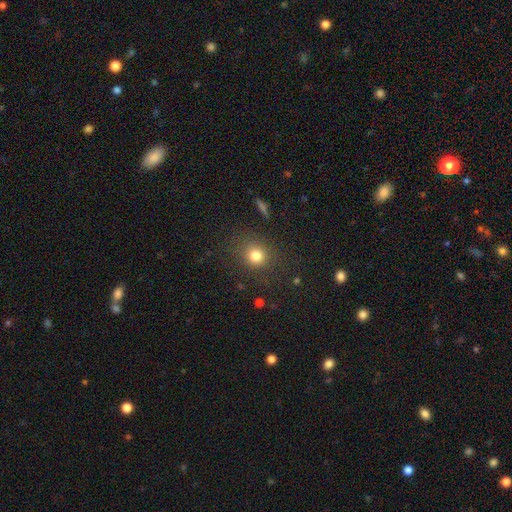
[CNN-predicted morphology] A smooth galaxy with no disk features (80%) that is round (82%).

Vote fractions:
- Smooth or featured? smooth: 80% / star or artifact: 14% / featured or disk: 6%
- How rounded? round: 82% / in between: 17% / cigar-shaped: 1%
- Merging? none: 84% / minor disturbance: 10% / major disturbance: 5% / merger: 2%